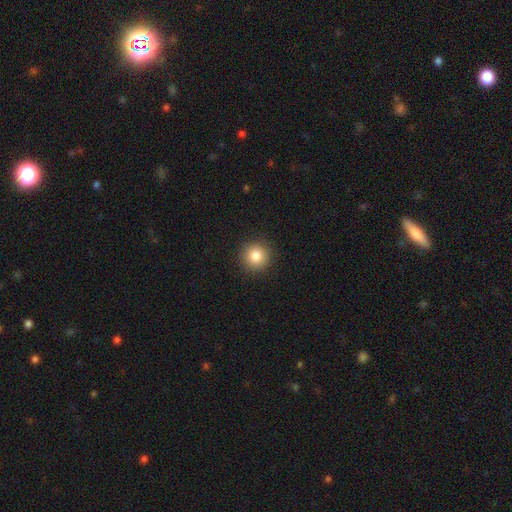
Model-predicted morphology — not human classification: smooth 84%, star or artifact 10%, featured or disk 6%. Down the decision tree: how rounded — round (94%); merging — none (91%).